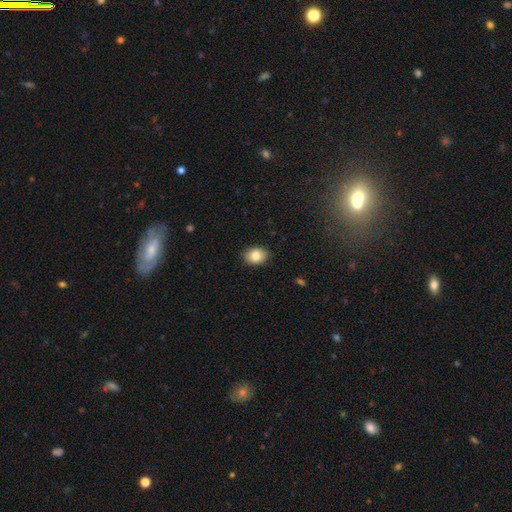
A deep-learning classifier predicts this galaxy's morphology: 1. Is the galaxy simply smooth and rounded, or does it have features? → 83% smooth, 9% featured or disk, 8% star or artifact.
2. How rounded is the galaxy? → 69% in between, 30% round, 1% cigar-shaped.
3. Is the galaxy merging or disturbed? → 88% none, 9% minor disturbance, 2% major disturbance, 1% merger.